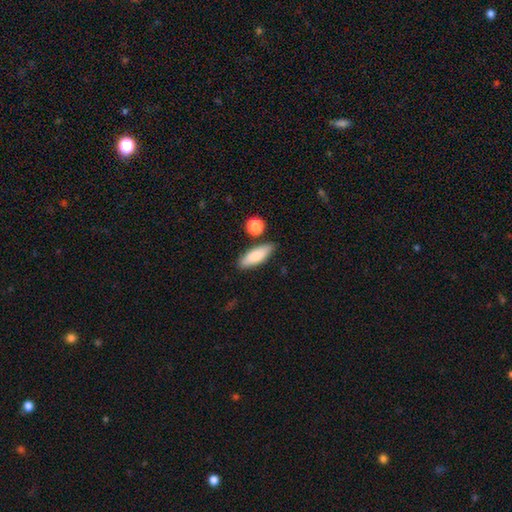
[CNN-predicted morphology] smooth 79%, featured or disk 15%, star or artifact 6%. Down the decision tree: how rounded — in between (66%); merging — none (80%).